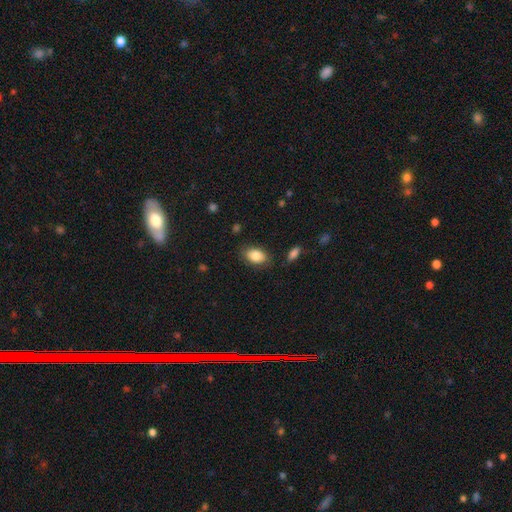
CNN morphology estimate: smooth 85%, featured or disk 8%, star or artifact 7%. Down the decision tree: how rounded — in between (89%); merging — none (80%).